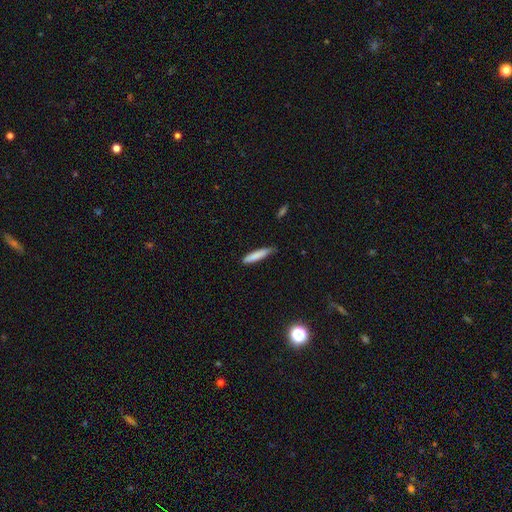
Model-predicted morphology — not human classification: The model was most divided on "merging": none: 70%, minor disturbance: 25%, major disturbance: 3%, merger: 2%. More confident: how rounded — cigar-shaped (89%); smooth or featured — smooth (82%).